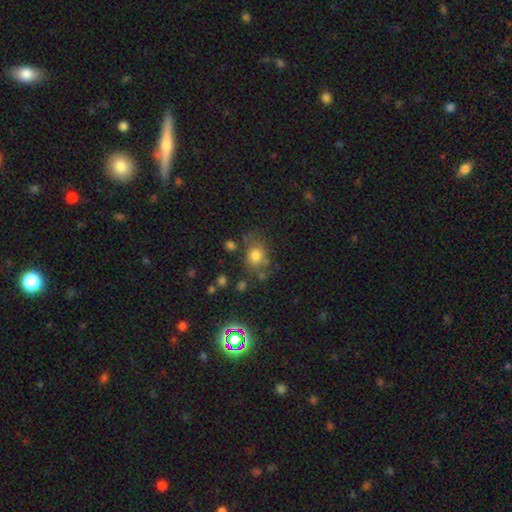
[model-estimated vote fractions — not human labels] Smooth or featured? Predicted: smooth (p=0.75). How rounded? Predicted: round (p=0.57). Merging? Predicted: none (p=0.61).